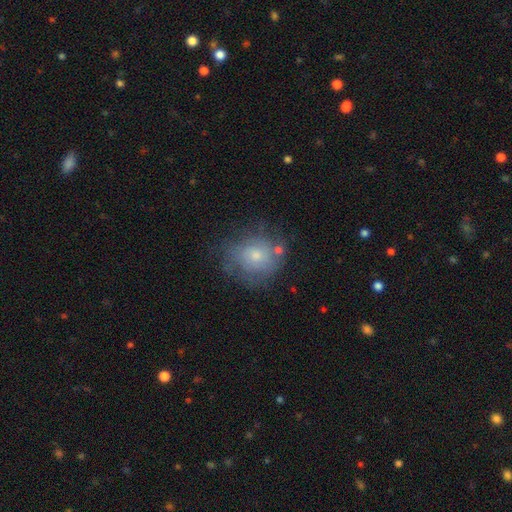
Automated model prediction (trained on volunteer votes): A smooth galaxy with no disk features (49%). Merging: none (60%).